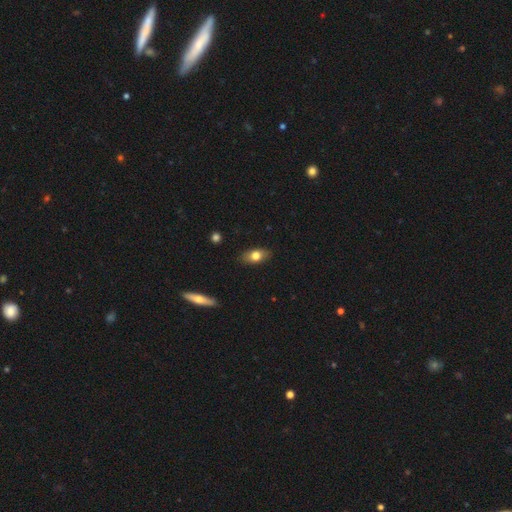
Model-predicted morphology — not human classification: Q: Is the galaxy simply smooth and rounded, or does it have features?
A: smooth — 73%.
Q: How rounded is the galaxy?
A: in between — 83%.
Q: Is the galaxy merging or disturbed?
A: none — 85%.